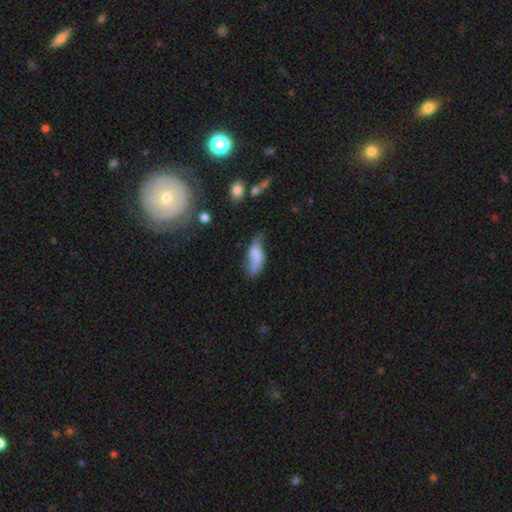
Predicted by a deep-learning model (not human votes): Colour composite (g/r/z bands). It shows a smooth galaxy with no disk features (58%) that is in between round and cigar-shaped (80%). Merging: none (40%).